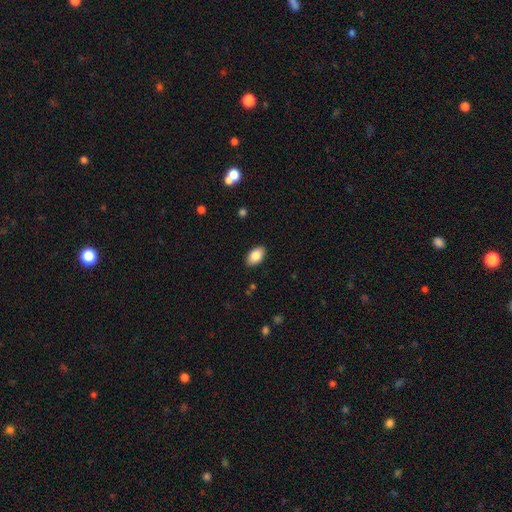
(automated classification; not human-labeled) A smooth galaxy with no disk features (84%) that is in between round and cigar-shaped (92%). Merging: none (88%).